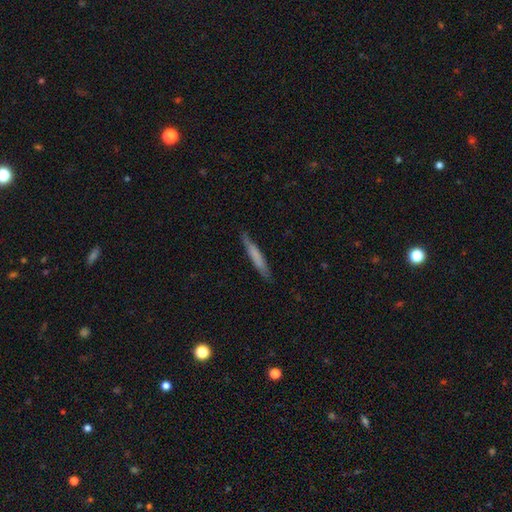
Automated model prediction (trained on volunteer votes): Overall: smooth (62%; featured or disk 32%). How rounded: cigar-shaped (94%). Merging: none (84%).